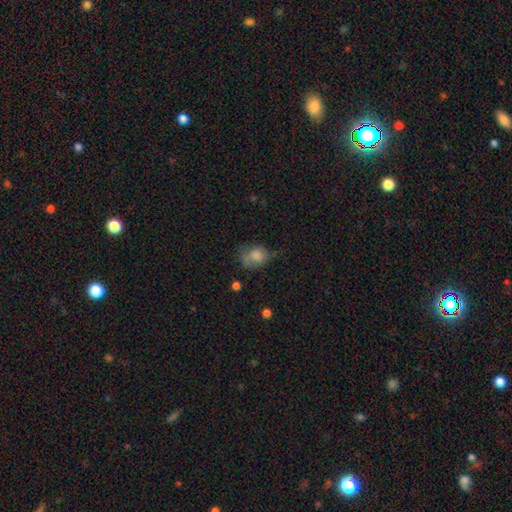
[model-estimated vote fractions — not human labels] This is likely a smooth galaxy (74%). How rounded: possibly in between (52%). Merging: marginally none (37%).